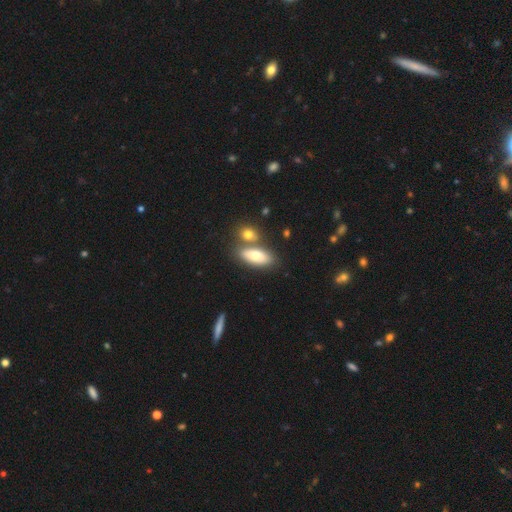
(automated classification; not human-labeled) smooth 72%, featured or disk 21%, star or artifact 7%. Down the decision tree: how rounded — in between (81%); merging — none (57%).